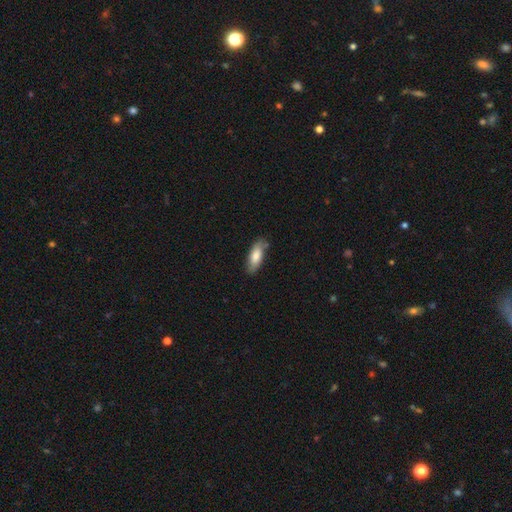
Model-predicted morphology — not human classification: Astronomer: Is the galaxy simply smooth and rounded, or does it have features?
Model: smooth — 78%.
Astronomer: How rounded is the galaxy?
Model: in between — 73%.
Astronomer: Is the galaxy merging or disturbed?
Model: none — 76%.